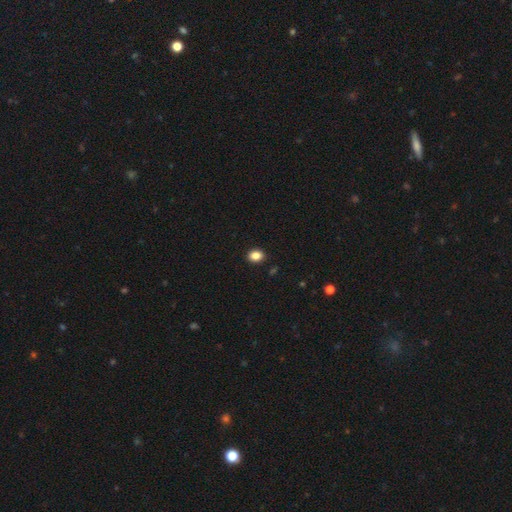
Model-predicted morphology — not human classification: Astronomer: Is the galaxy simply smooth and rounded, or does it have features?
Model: smooth — 86%.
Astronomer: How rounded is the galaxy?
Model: in between — 55% (runner-up: round, 44%).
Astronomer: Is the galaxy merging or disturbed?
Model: none — 91%.